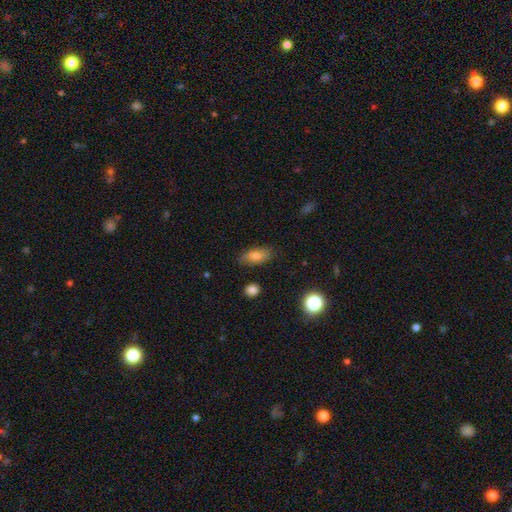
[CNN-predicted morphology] type=smooth (74%); roundness=in between (82%); merging=none (80%).